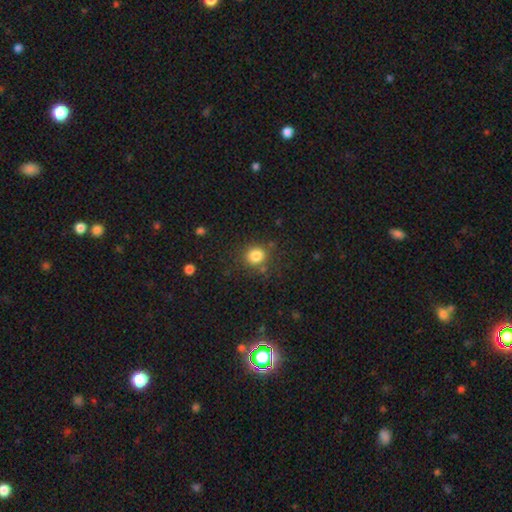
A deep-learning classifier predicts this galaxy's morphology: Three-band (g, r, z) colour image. It shows a smooth galaxy with no disk features (83%) that is round (80%). Merging: none (80%).